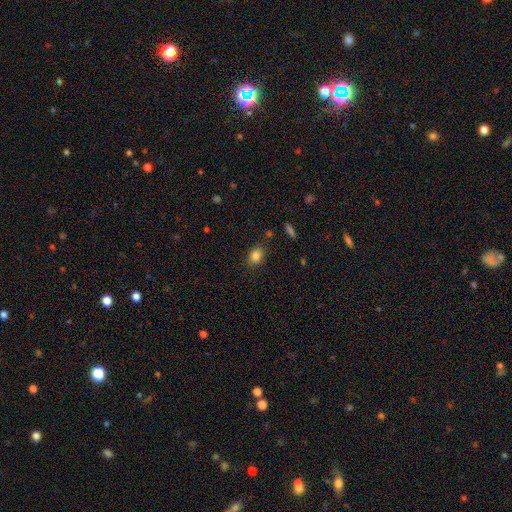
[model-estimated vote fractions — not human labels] Smooth or featured?
  - smooth: 83% *
  - star or artifact: 10%
  - featured or disk: 6%
How rounded?
  - in between: 67% *
  - round: 31%
  - cigar-shaped: 1%
Merging?
  - none: 84% *
  - minor disturbance: 11%
  - major disturbance: 3%
  - merger: 2%